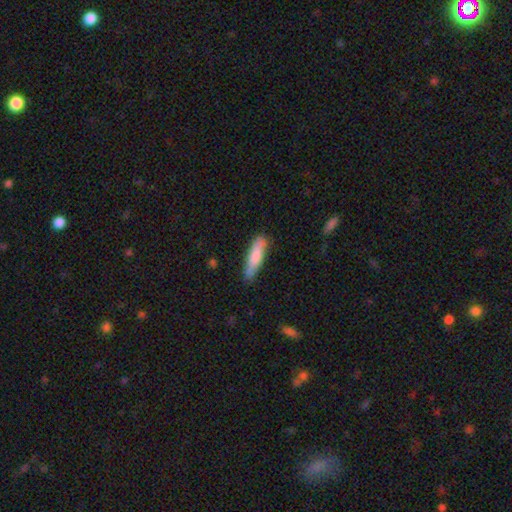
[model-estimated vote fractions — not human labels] smooth_or_featured: smooth (p=0.78) [alt: featured or disk p=0.17]
how_rounded: cigar-shaped (p=0.72) [alt: in between p=0.27]
merging: none (p=0.73) [alt: minor disturbance p=0.21]